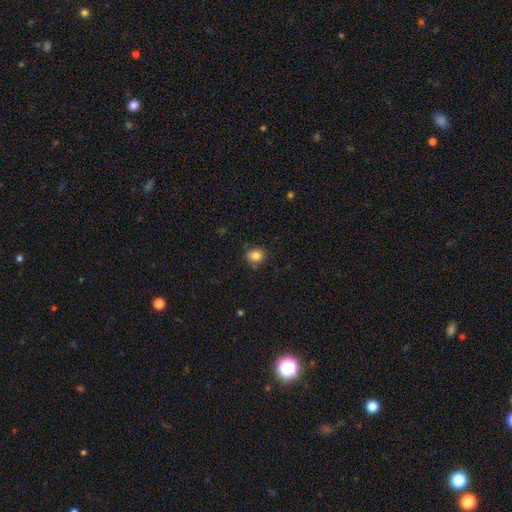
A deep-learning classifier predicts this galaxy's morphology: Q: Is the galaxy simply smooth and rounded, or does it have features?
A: smooth — 82%.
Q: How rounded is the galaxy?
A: round — 79%.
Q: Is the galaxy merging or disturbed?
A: none — 76%.